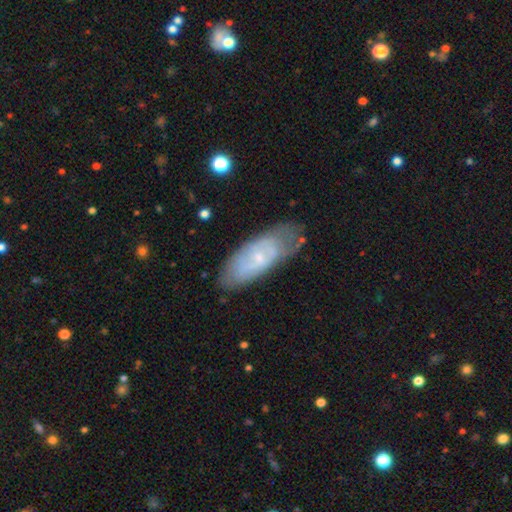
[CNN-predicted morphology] Smooth or featured? Predicted: featured or disk (p=0.50). Merging? Predicted: none (p=0.70).